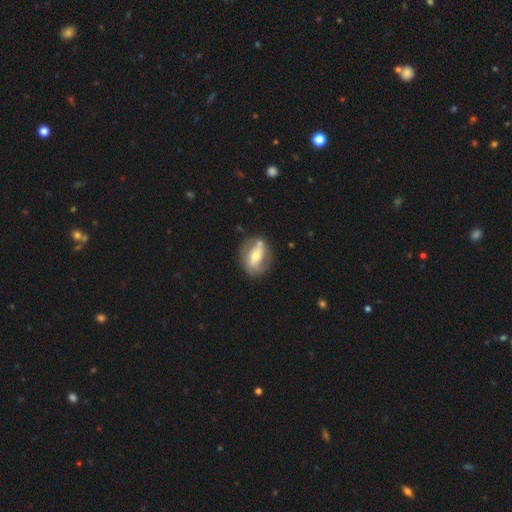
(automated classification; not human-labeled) Q: Smooth or featured?
A: featured or disk (59%); runner-up: smooth (34%)
Q: Edge-on disk?
A: no (92%); runner-up: yes (8%)
Q: Bar?
A: no (36%); runner-up: weak (32%)
Q: Spiral arms?
A: yes (64%); runner-up: no (36%)
Q: Bulge size?
A: moderate (65%); runner-up: small (27%)
Q: Merging?
A: none (68%); runner-up: minor disturbance (19%)